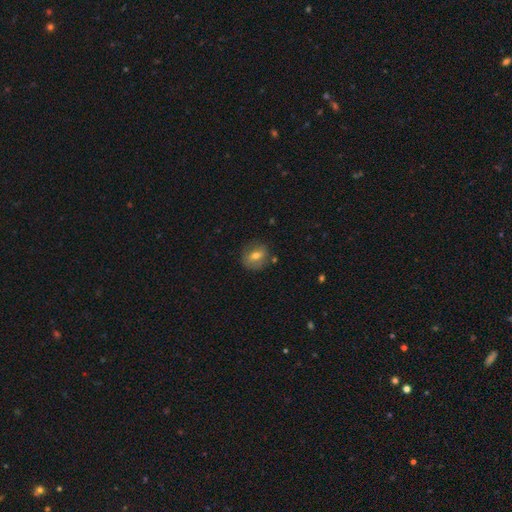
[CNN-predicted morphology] The model was most divided on "how rounded": round: 65%, in between: 33%, cigar-shaped: 2%. More confident: merging — none (77%); smooth or featured — smooth (65%).